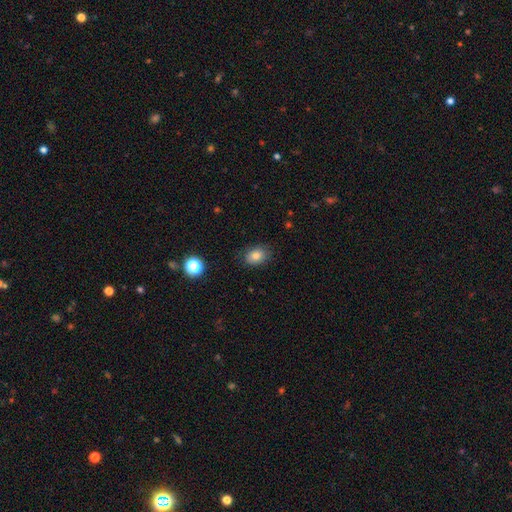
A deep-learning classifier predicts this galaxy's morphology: Overall: smooth (82%). How rounded: in between (70%). Merging: none (82%).